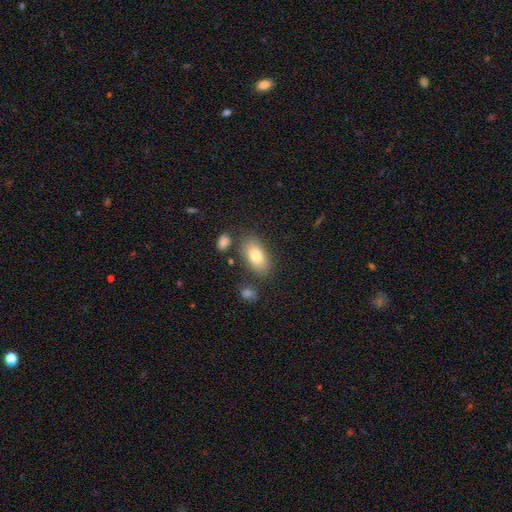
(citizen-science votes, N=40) smooth-or-featured: smooth: 82% | featured or disk: 15% | star or artifact: 2%
  how-rounded: in between: 88% | round: 6% | cigar-shaped: 6%
  merging: none: 69% | minor disturbance: 13% | major disturbance: 10% | merger: 8%